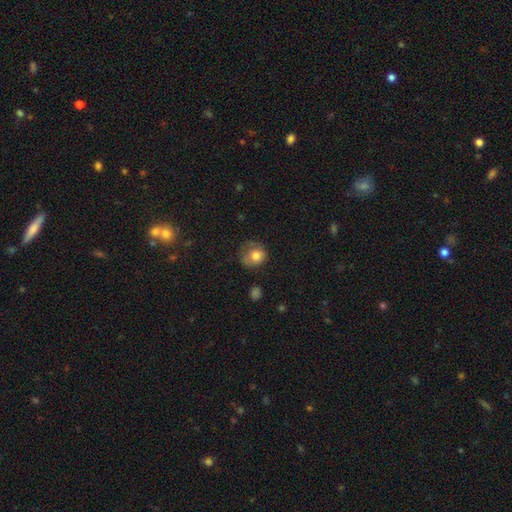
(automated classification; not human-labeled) Overall: smooth (75%). How rounded: round (76%). Merging: none (50%; minor disturbance 31%).